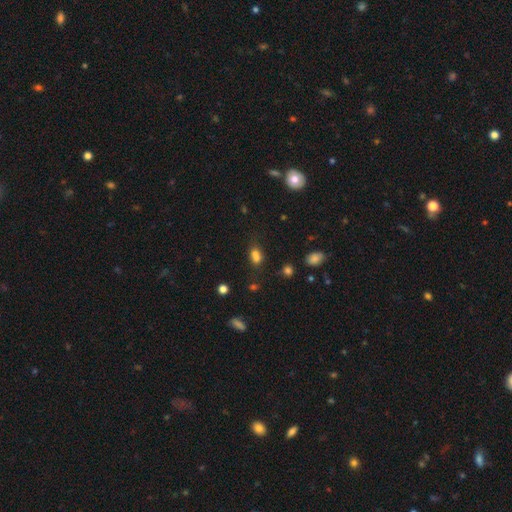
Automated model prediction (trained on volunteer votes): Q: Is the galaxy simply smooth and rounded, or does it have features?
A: smooth — 74%.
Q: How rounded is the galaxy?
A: in between — 68%.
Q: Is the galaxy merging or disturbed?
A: none — 43%.